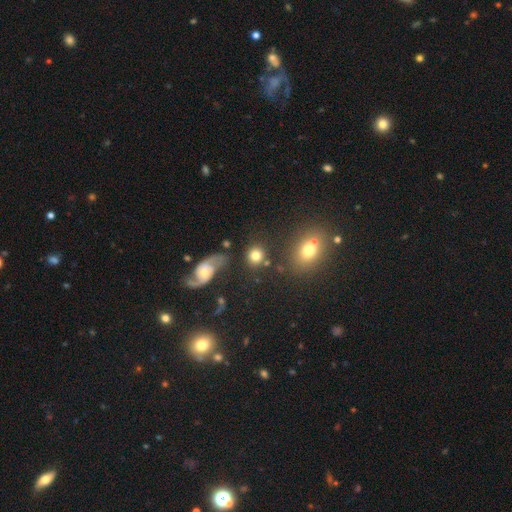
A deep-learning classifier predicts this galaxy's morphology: Smooth or featured: smooth — 78% (featured or disk — 12%)
How rounded: round — 81% (in between — 17%)
Merging: none — 75% (minor disturbance — 11%)